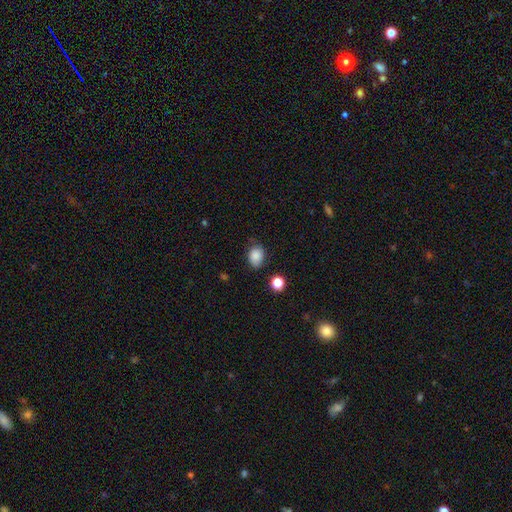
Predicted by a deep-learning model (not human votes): Smooth or featured? Predicted: smooth (p=0.84). How rounded? Predicted: in between (p=0.67). Merging? Predicted: none (p=0.66).